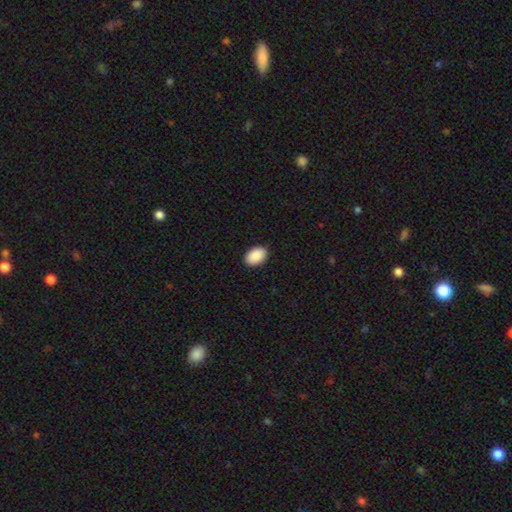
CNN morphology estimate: This appears to be a smooth galaxy with no disk features (91%) that is in between round and cigar-shaped (90%). Merging: none (90%).